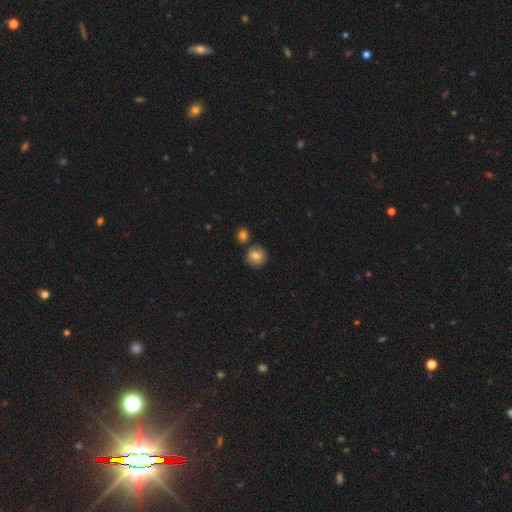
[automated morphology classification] A smooth galaxy with no disk features (74%) that is round (87%).

Vote fractions:
- Smooth or featured? smooth: 74% / featured or disk: 16% / star or artifact: 10%
- How rounded? round: 87% / in between: 12% / cigar-shaped: 1%
- Merging? none: 73% / merger: 12% / minor disturbance: 12% / major disturbance: 3%